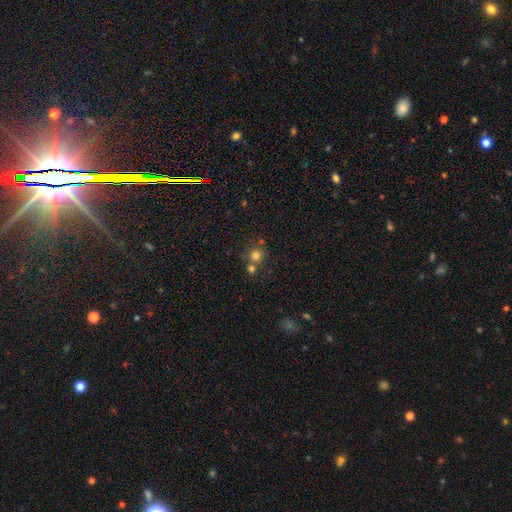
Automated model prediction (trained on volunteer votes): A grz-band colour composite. It shows a smooth galaxy with no disk features (76%) that is round (90%). Merging: none (61%).